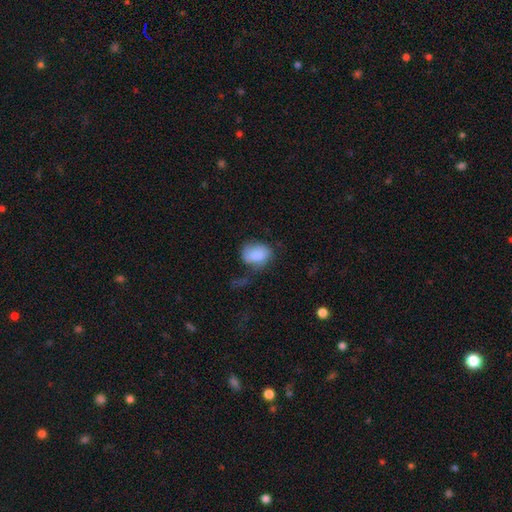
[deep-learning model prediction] smooth-or-featured: smooth: 80% | featured or disk: 12% | star or artifact: 7%
  how-rounded: in between: 73% | round: 26% | cigar-shaped: 1%
  merging: none: 44% | minor disturbance: 29% | major disturbance: 21% | merger: 5%